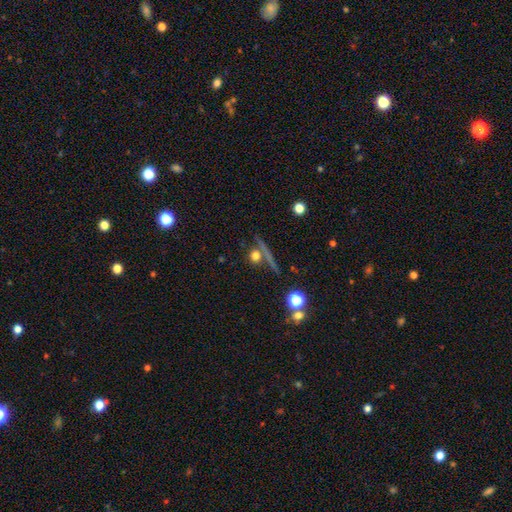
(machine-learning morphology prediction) smooth-or-featured: smooth: 64% | star or artifact: 18% | featured or disk: 18%
  how-rounded: round: 78% | in between: 11% | cigar-shaped: 11%
  merging: none: 68% | merger: 16% | minor disturbance: 10% | major disturbance: 6%